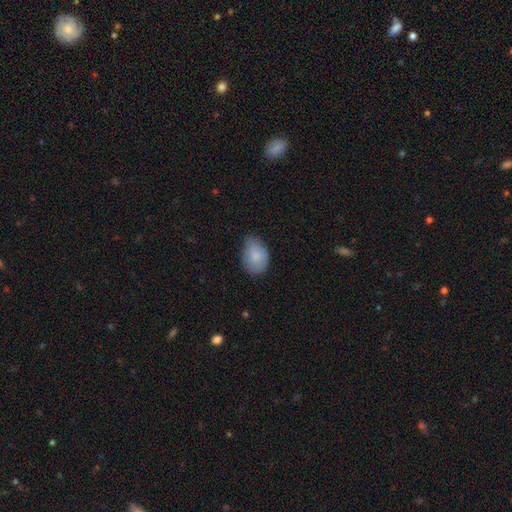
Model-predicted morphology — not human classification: A smooth galaxy with no disk features (83%) that is in between round and cigar-shaped (83%). Merging: none (60%).